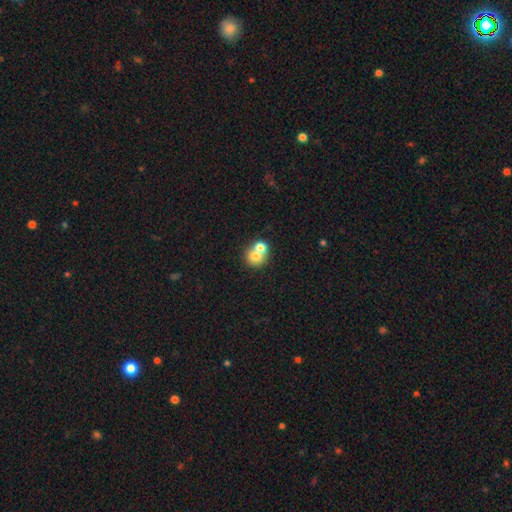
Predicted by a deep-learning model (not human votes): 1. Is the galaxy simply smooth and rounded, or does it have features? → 71% smooth, 18% featured or disk, 11% star or artifact.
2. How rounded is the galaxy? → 80% round, 19% in between, 1% cigar-shaped.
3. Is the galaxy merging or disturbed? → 56% merger, 35% none, 6% minor disturbance, 3% major disturbance.